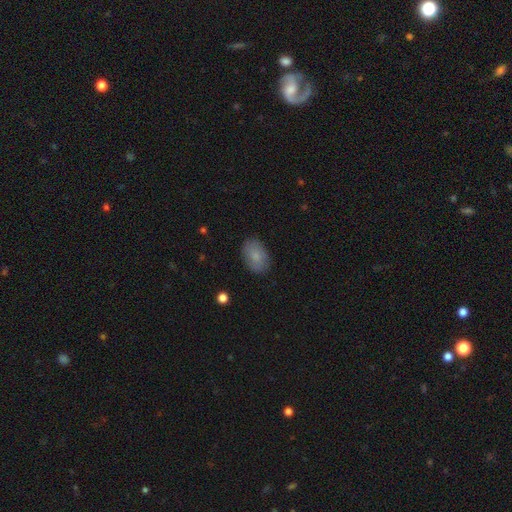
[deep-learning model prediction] A smooth galaxy with no disk features (82%) that is in between round and cigar-shaped (87%).

Vote fractions:
- Smooth or featured? smooth: 82% / featured or disk: 11% / star or artifact: 7%
- How rounded? in between: 87% / round: 12% / cigar-shaped: 1%
- Merging? none: 85% / minor disturbance: 11% / major disturbance: 3% / merger: 1%